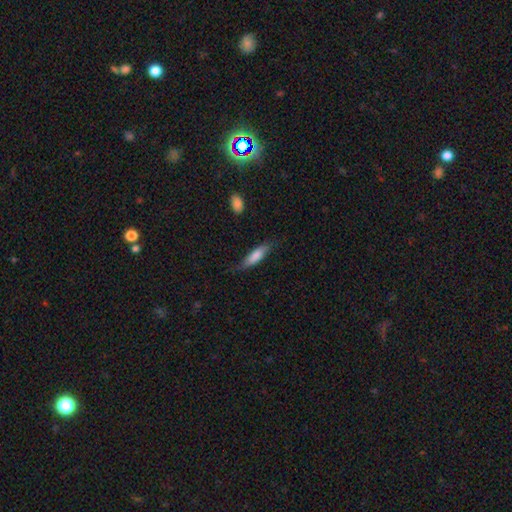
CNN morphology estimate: smooth-or-featured: smooth: 73% | featured or disk: 21% | star or artifact: 6%
  how-rounded: cigar-shaped: 55% | in between: 43% | round: 2%
  merging: none: 66% | minor disturbance: 25% | major disturbance: 7% | merger: 2%